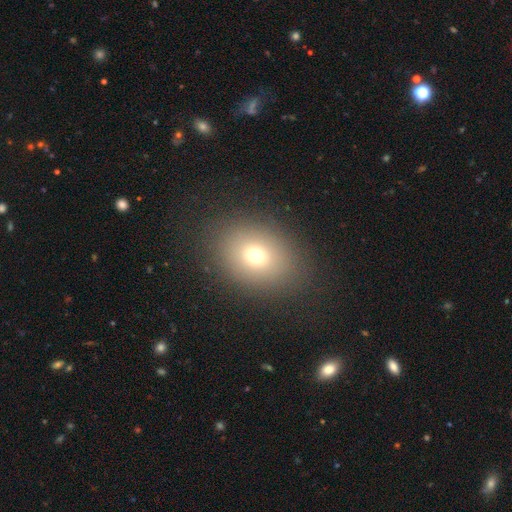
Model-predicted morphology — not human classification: This appears to be a smooth galaxy with no disk features (70%) that is in between round and cigar-shaped (56%). Merging: none (86%).